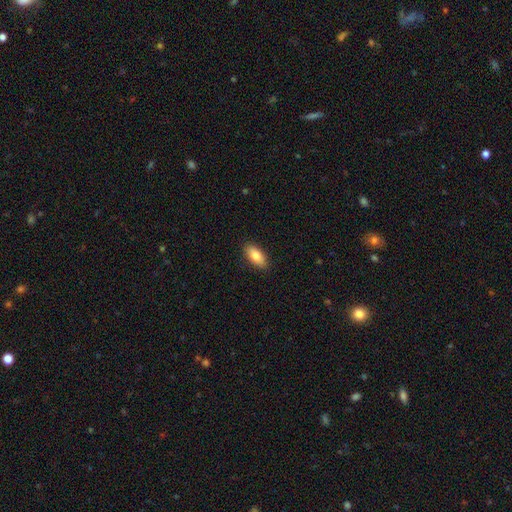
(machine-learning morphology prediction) type=smooth (81%); roundness=in between (88%); merging=none (89%).